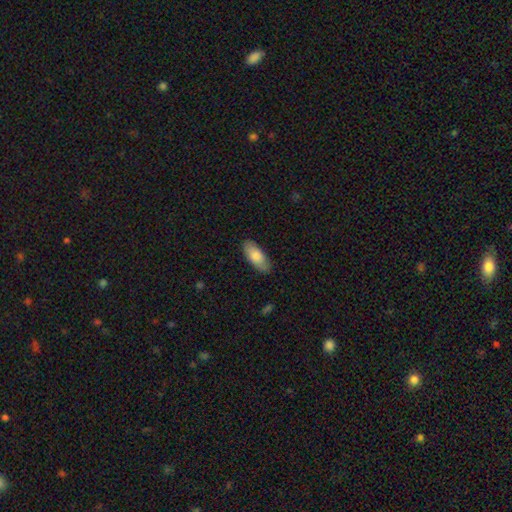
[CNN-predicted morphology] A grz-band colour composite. It shows a smooth galaxy with no disk features (81%) that is in between round and cigar-shaped (84%). Merging: none (86%).